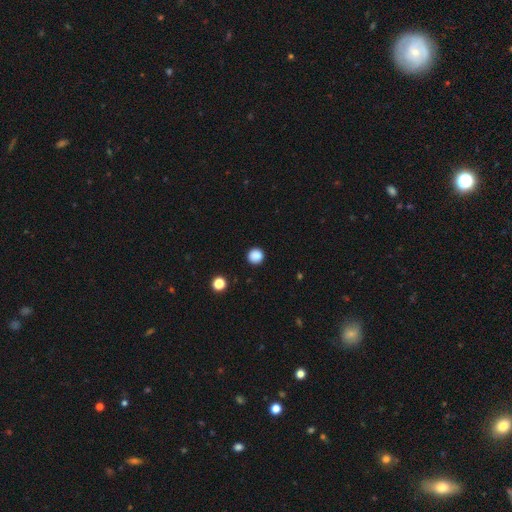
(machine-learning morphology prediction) Smooth or featured: smooth — 87% (star or artifact — 10%)
How rounded: round — 95% (in between — 4%)
Merging: none — 92% (minor disturbance — 5%)